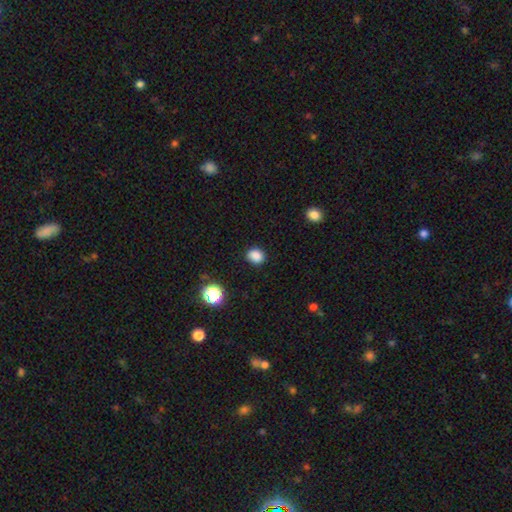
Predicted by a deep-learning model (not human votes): Smooth or featured? smooth (86%)
How rounded? round (64%)
Merging? none (88%)